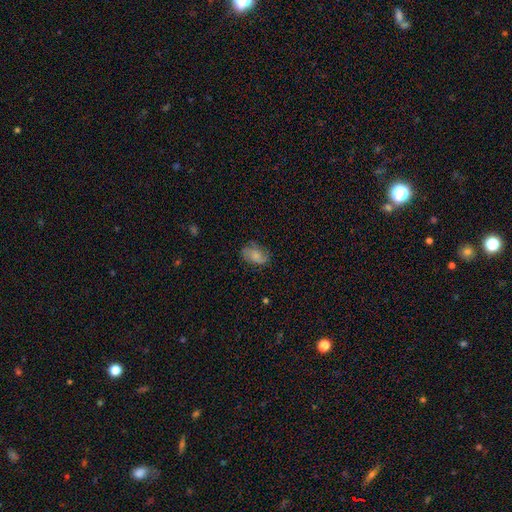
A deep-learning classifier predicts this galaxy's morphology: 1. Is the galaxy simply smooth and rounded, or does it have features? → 65% smooth, 27% featured or disk, 9% star or artifact.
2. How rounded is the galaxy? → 84% in between, 14% round, 2% cigar-shaped.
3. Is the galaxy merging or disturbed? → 67% none, 23% minor disturbance, 8% major disturbance, 1% merger.